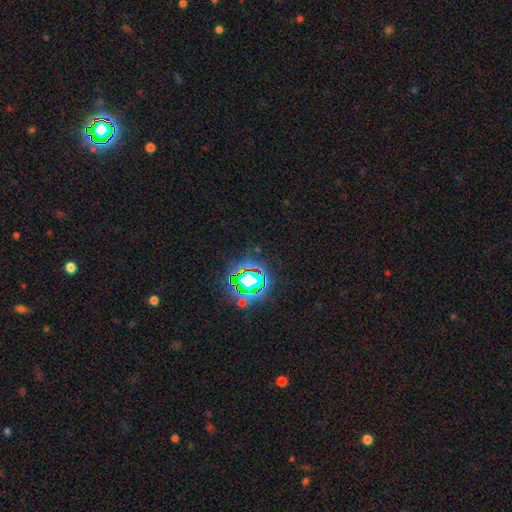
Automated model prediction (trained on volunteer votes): Smooth or featured: star or artifact — 84% (smooth — 10%)